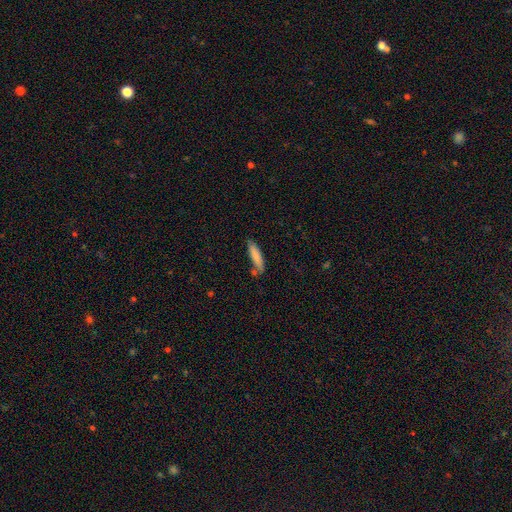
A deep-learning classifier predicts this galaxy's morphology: Smooth or featured: smooth — 82% (featured or disk — 11%)
How rounded: cigar-shaped — 75% (in between — 24%)
Merging: none — 71% (minor disturbance — 18%)